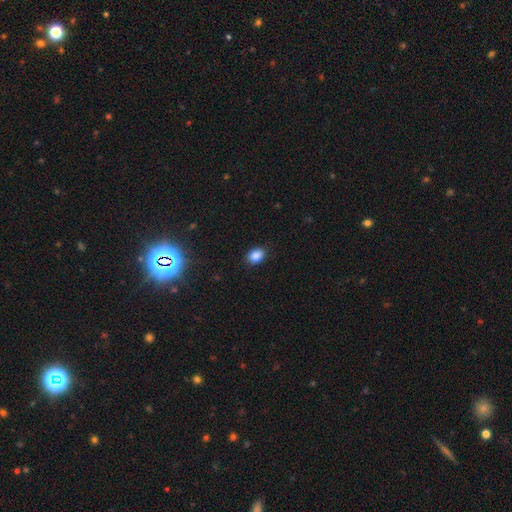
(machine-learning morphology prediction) The model was most divided on "how rounded": in between: 75%, round: 24%, cigar-shaped: 1%. More confident: merging — none (87%); smooth or featured — smooth (86%).